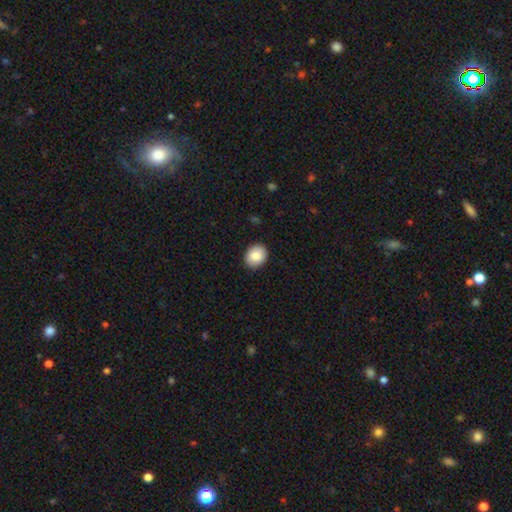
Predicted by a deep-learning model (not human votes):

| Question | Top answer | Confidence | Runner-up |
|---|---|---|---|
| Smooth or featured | smooth | 85% | star or artifact (8%) |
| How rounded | round | 53% | in between (46%) |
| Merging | none | 89% | minor disturbance (8%) |